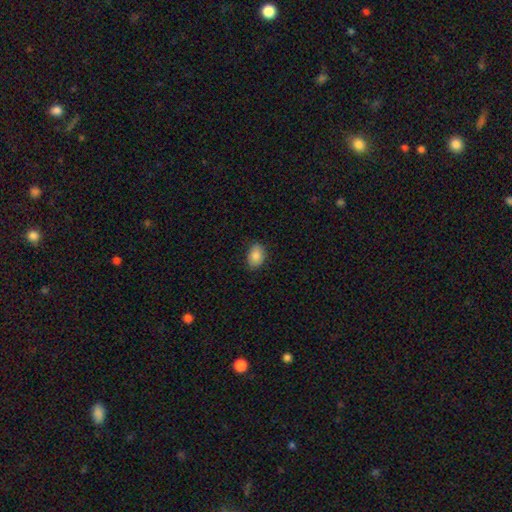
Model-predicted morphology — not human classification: Smooth or featured? smooth (87%)
How rounded? in between (82%)
Merging? none (85%)